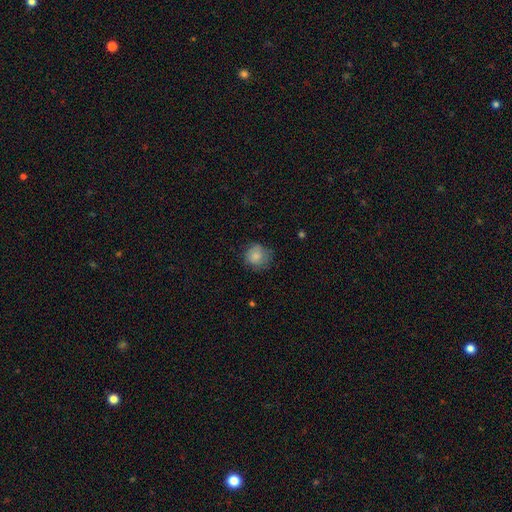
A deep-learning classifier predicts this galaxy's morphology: Smooth or featured? Predicted: smooth (p=0.82). How rounded? Predicted: round (p=0.88). Merging? Predicted: none (p=0.70).